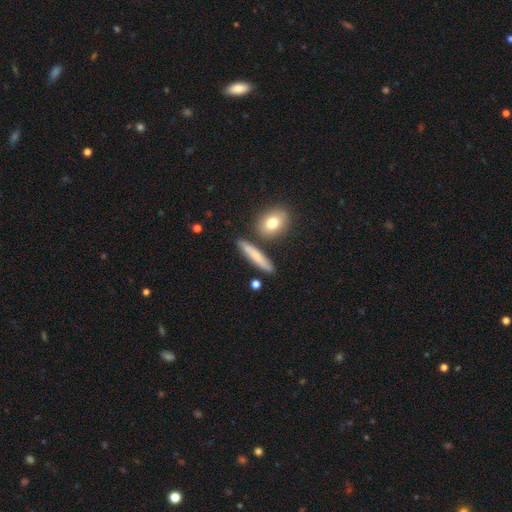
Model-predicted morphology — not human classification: Smooth or featured? smooth (68%)
How rounded? cigar-shaped (83%)
Merging? none (82%)